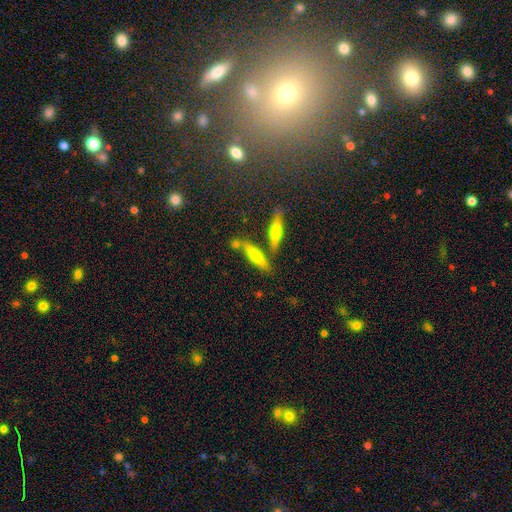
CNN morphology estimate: Smooth or featured?
  - smooth: 51% *
  - featured or disk: 40%
  - star or artifact: 8%
How rounded?
  - cigar-shaped: 70% *
  - in between: 27%
  - round: 3%
Merging?
  - none: 66% *
  - merger: 19%
  - minor disturbance: 12%
  - major disturbance: 3%